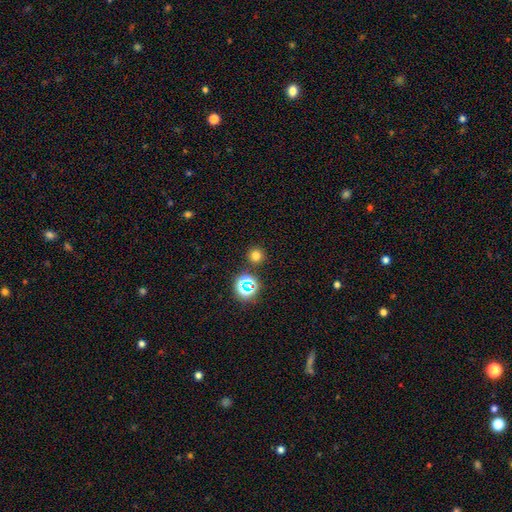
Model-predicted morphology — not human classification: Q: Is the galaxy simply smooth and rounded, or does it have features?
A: smooth — 71%.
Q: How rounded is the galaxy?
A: round — 94%.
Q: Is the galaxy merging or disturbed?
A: none — 89%.